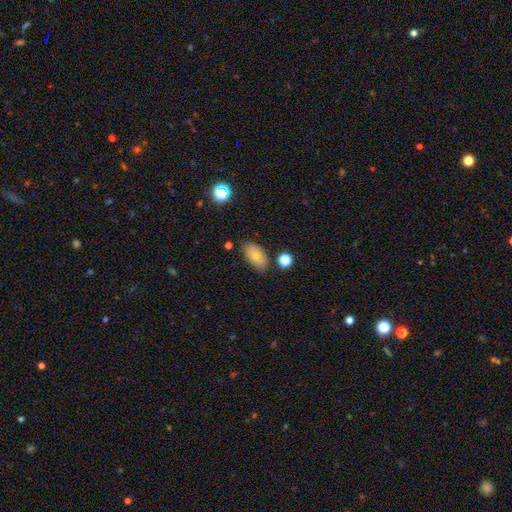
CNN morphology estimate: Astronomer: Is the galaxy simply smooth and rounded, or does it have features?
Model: smooth — 76%.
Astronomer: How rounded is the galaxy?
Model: in between — 91%.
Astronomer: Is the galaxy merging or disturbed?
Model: none — 74%.